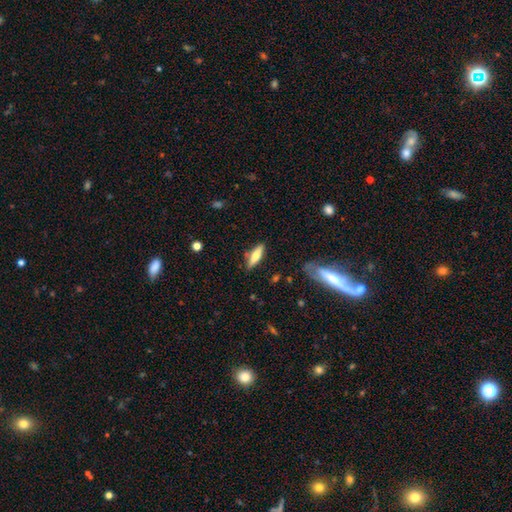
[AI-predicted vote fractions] Smooth or featured: smooth — 62% (featured or disk — 32%)
How rounded: cigar-shaped — 64% (in between — 34%)
Merging: none — 82% (minor disturbance — 12%)